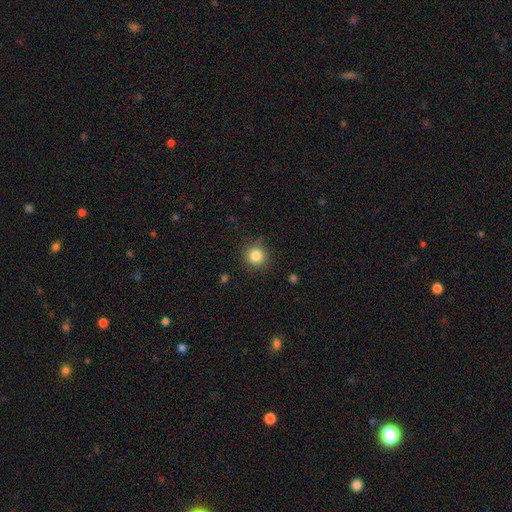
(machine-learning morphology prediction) smooth_or_featured: smooth (p=0.84) [alt: star or artifact p=0.11]
how_rounded: round (p=0.93) [alt: in between p=0.06]
merging: none (p=0.85) [alt: minor disturbance p=0.10]